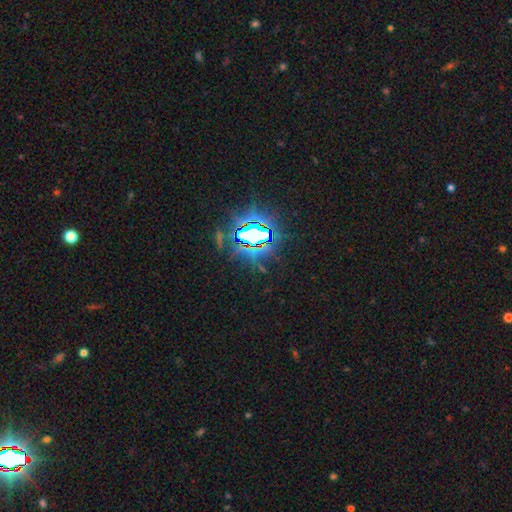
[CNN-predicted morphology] The model was most divided on "smooth or featured": star or artifact: 86%, smooth: 8%, featured or disk: 7%.